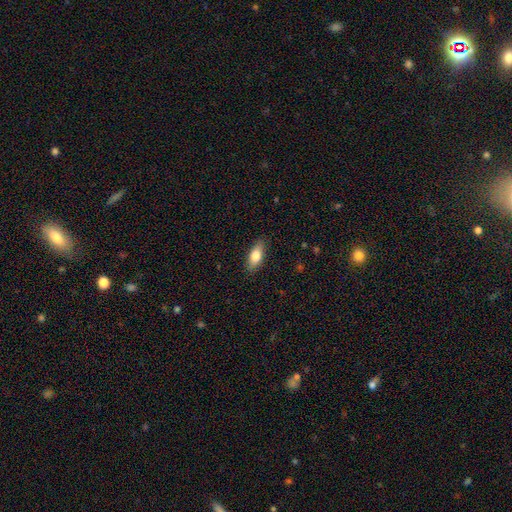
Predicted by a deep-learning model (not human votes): Smooth or featured?
  - smooth: 75% *
  - featured or disk: 18%
  - star or artifact: 6%
How rounded?
  - in between: 76% *
  - cigar-shaped: 20%
  - round: 3%
Merging?
  - none: 87% *
  - minor disturbance: 10%
  - major disturbance: 2%
  - merger: 1%